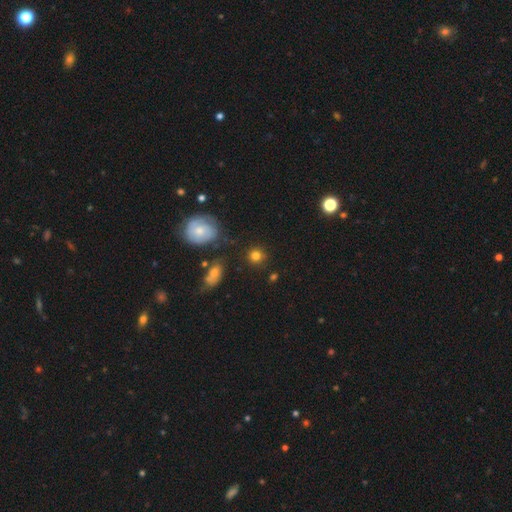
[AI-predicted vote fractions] This is likely a smooth galaxy (78%). How rounded: clearly round (87%). Merging: clearly none (80%).